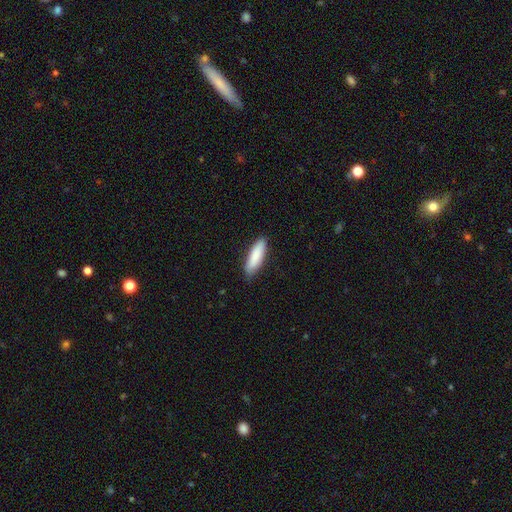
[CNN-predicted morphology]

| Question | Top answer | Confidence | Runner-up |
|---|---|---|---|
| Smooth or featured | smooth | 87% | featured or disk (8%) |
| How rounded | cigar-shaped | 55% | in between (44%) |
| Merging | none | 85% | minor disturbance (12%) |